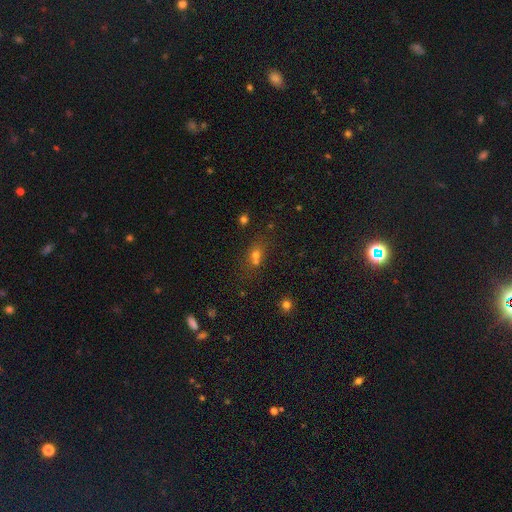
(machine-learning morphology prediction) Smooth or featured: smooth — 59% (star or artifact — 25%)
How rounded: round — 52% (in between — 43%)
Merging: merger — 43% (none — 42%)